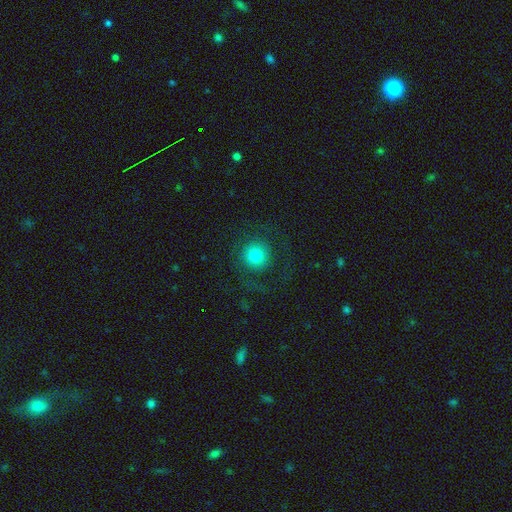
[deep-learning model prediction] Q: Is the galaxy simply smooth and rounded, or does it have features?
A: smooth — 71%.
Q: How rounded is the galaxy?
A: round — 94%.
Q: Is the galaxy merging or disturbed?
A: none — 75%.